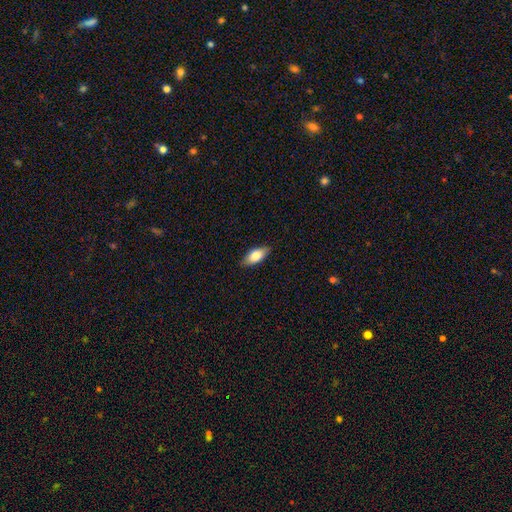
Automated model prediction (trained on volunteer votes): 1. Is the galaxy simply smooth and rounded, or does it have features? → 75% smooth, 18% featured or disk, 6% star or artifact.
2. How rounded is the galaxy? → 85% in between, 12% cigar-shaped, 3% round.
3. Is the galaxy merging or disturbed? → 86% none, 11% minor disturbance, 2% major disturbance, 1% merger.